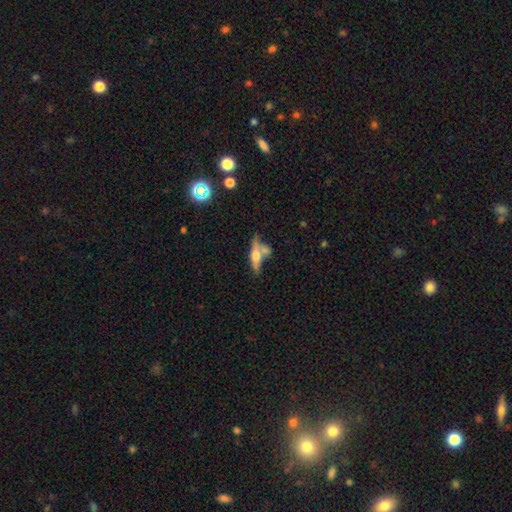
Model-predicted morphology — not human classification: The model was most divided on "merging": none: 43%, merger: 36%, minor disturbance: 14%, major disturbance: 7%. More confident: edge-on disk — yes (85%); smooth or featured — featured or disk (54%).